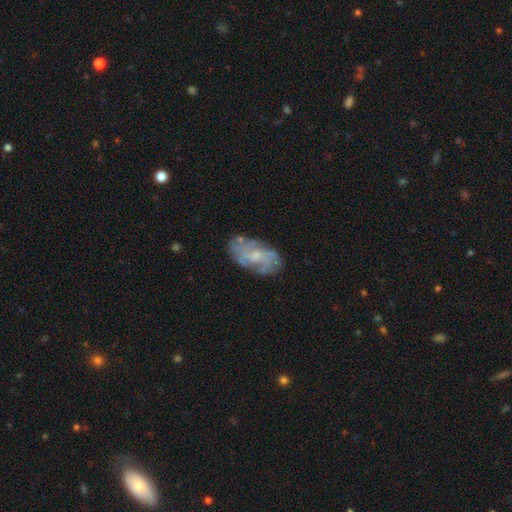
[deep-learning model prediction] Overall: featured or disk (68%). Edge-on disk: no (95%). Bar: no (70%). Spiral arms: yes (79%). Spiral arm count: can't tell (49%; 4 14%). Spiral winding: tight (41%; medium 38%). Bulge size: small (59%; moderate 31%). Merging: none (73%).